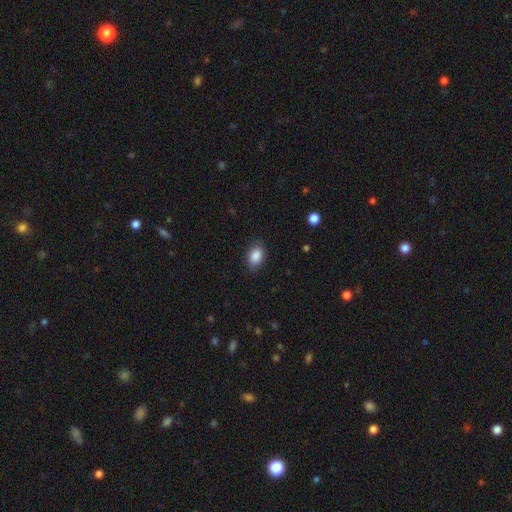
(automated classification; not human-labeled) Morphology: type=smooth (87%); roundness=in between (82%); merging=none (81%).